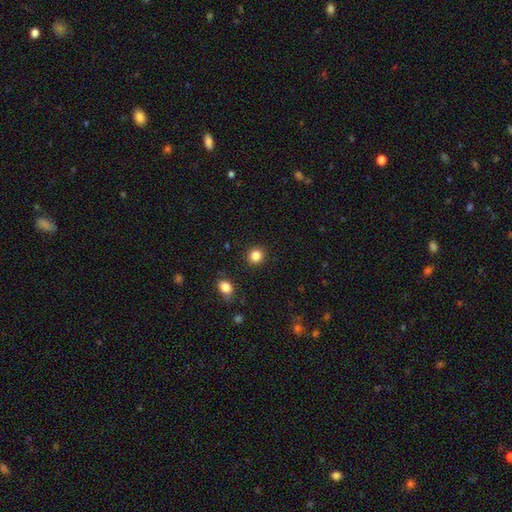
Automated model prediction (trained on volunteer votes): A smooth galaxy with no disk features (85%) that is round (88%).

Vote fractions:
- Smooth or featured? smooth: 85% / star or artifact: 11% / featured or disk: 4%
- How rounded? round: 88% / in between: 11% / cigar-shaped: 1%
- Merging? none: 91% / minor disturbance: 6% / major disturbance: 2% / merger: 2%